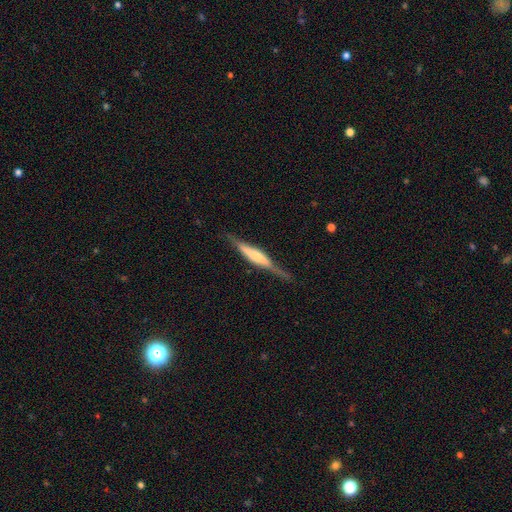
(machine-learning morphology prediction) Smooth or featured? Predicted: featured or disk (p=0.66). Edge-on disk? Predicted: yes (p=0.95). Edge-on bulge? Predicted: boxy (p=0.43, tied with rounded). Merging? Predicted: none (p=0.77).